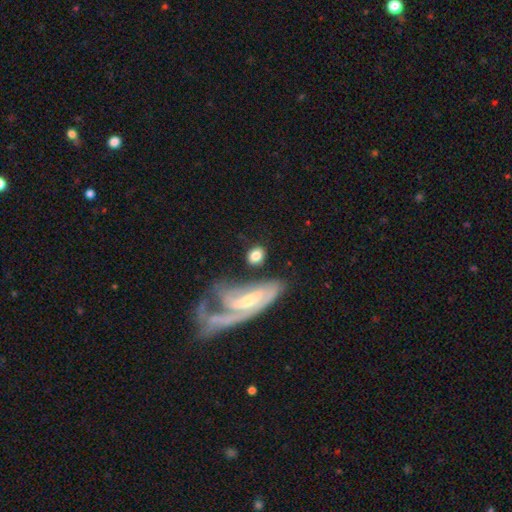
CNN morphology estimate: smooth 77%, featured or disk 16%, star or artifact 6%. Down the decision tree: how rounded — round (53%); merging — none (66%).